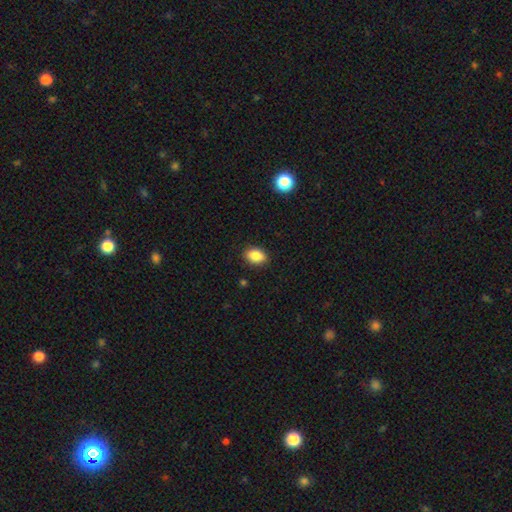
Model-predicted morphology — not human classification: Smooth or featured? smooth (87%)
How rounded? in between (84%)
Merging? none (88%)